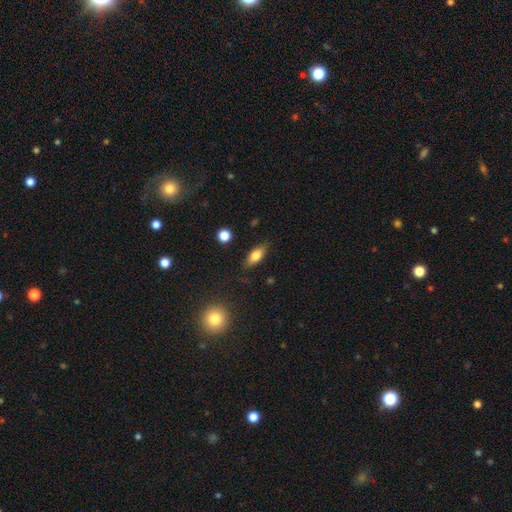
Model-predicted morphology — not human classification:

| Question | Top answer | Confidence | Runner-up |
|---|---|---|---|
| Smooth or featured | smooth | 73% | featured or disk (19%) |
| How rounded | in between | 77% | cigar-shaped (18%) |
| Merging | none | 82% | minor disturbance (13%) |